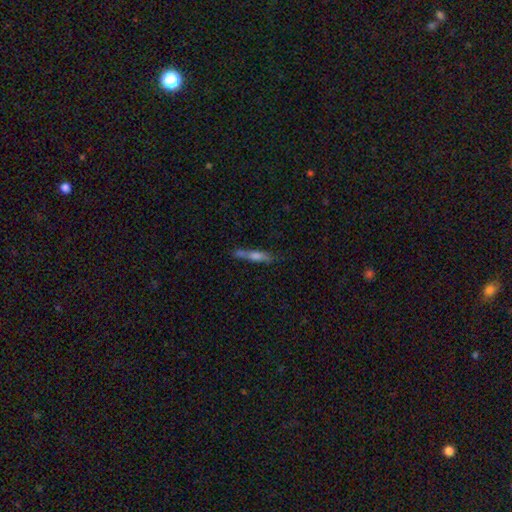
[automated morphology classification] smooth-or-featured: featured or disk: 51% | smooth: 38% | star or artifact: 10%
  disk-edge-on: yes: 90% | no: 10%
  merging: none: 70% | minor disturbance: 16% | merger: 10% | major disturbance: 5%